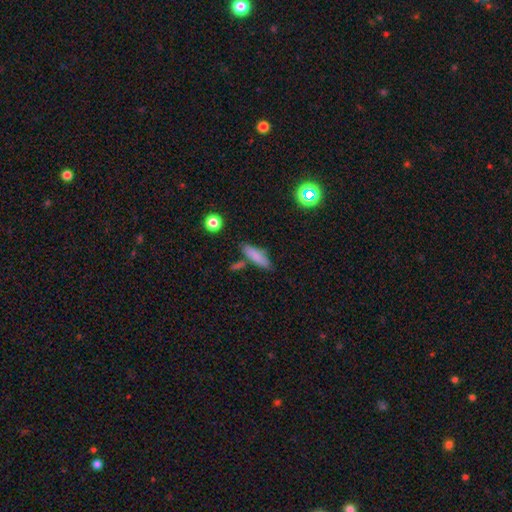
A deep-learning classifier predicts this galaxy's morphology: A smooth galaxy with no disk features (80%) that is cigar-shaped (54%).

Vote fractions:
- Smooth or featured? smooth: 80% / featured or disk: 11% / star or artifact: 9%
- How rounded? cigar-shaped: 54% / in between: 43% / round: 3%
- Merging? none: 74% / minor disturbance: 13% / merger: 9% / major disturbance: 3%